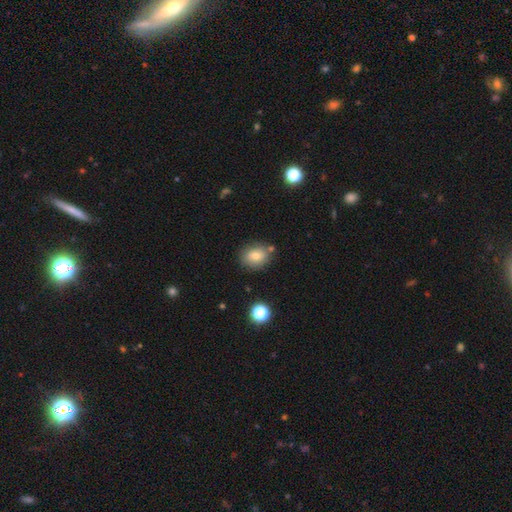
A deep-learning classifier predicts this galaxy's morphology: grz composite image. It shows a smooth galaxy with no disk features (76%) that is round (59%). Merging: none (76%).